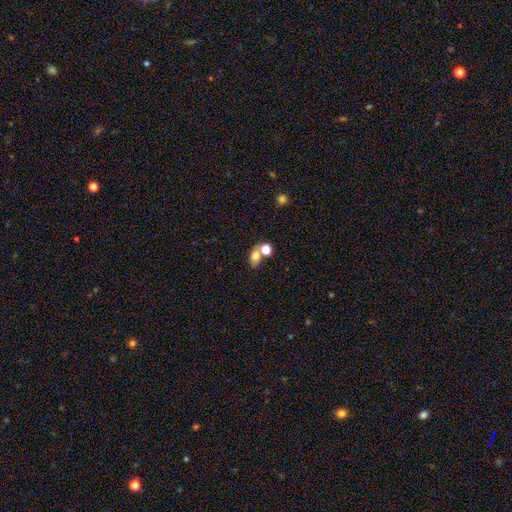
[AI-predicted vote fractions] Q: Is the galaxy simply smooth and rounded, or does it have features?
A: smooth — 74%.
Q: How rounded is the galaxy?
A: in between — 69%.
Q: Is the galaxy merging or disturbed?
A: merger — 42%, tied with none.